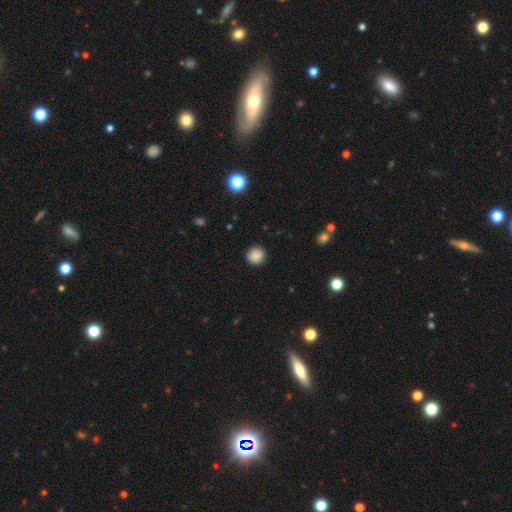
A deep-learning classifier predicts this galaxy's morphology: type=smooth (87%); roundness=round (93%); merging=none (91%).